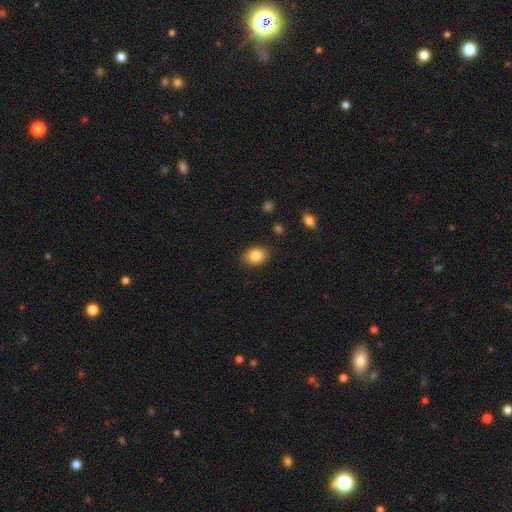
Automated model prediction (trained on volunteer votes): Q: Smooth or featured?
A: smooth (85%); runner-up: star or artifact (9%)
Q: How rounded?
A: in between (65%); runner-up: round (34%)
Q: Merging?
A: none (88%); runner-up: minor disturbance (9%)